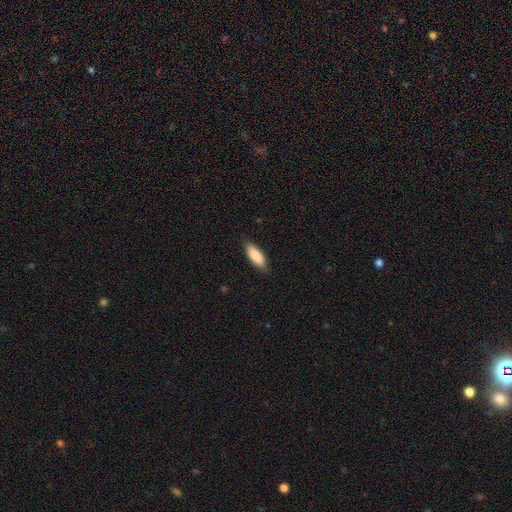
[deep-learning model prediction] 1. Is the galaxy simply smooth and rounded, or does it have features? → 87% smooth, 8% featured or disk, 5% star or artifact.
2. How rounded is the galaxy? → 73% in between, 25% cigar-shaped, 2% round.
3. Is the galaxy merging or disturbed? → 82% none, 14% minor disturbance, 2% major disturbance, 1% merger.